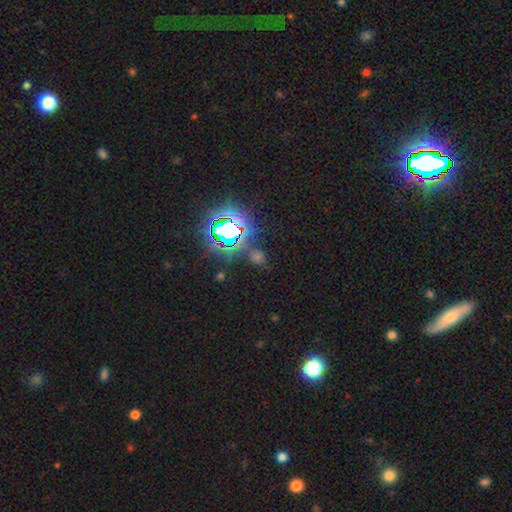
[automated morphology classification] This is likely a star or artifact rather than a galaxy (68%).